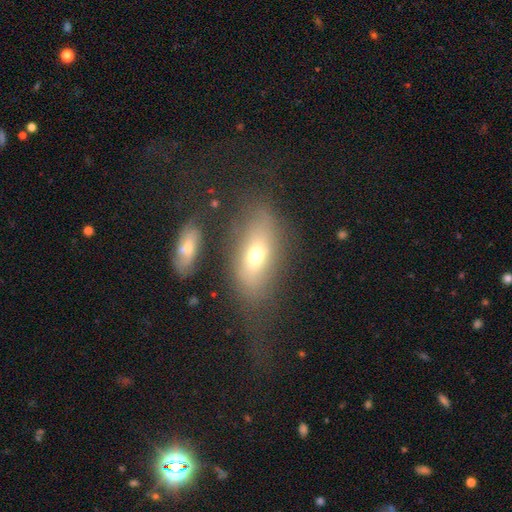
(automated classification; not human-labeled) The model was most divided on "merging": none: 52%, minor disturbance: 19%, major disturbance: 18%, merger: 11%. More confident: how rounded — in between (83%); smooth or featured — smooth (62%).